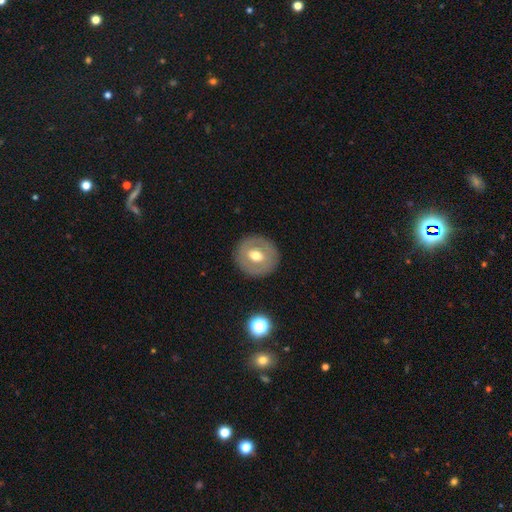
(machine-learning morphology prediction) This is possibly a smooth galaxy (50%). Merging: clearly none (88%).